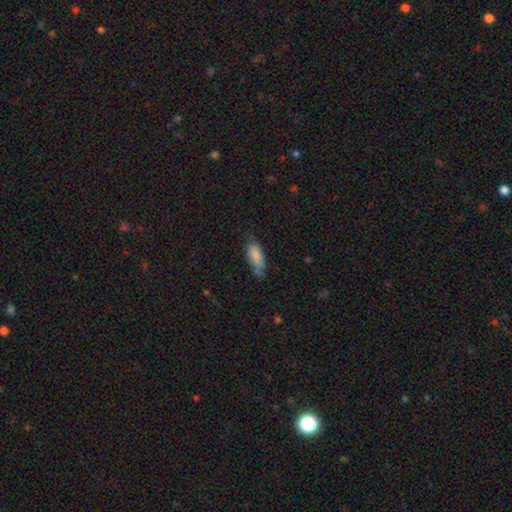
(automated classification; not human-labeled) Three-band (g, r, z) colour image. It shows a smooth galaxy with no disk features (78%) that is in between round and cigar-shaped (75%). Merging: none (60%).